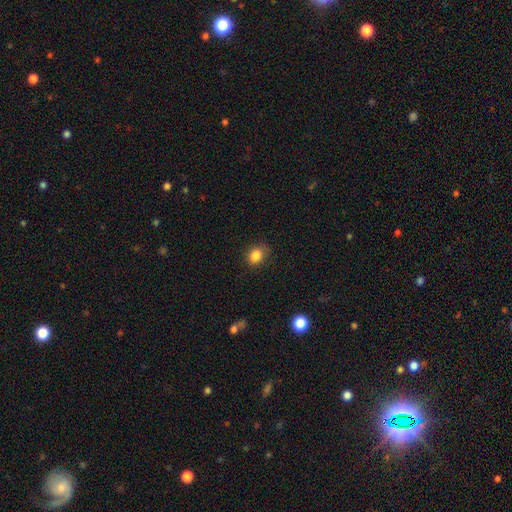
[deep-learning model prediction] Overall: smooth (85%). How rounded: round (53%; in between 46%). Merging: none (75%).